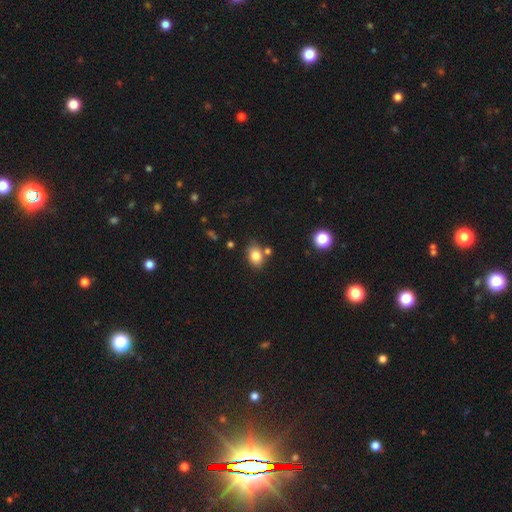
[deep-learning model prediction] Overall: smooth (83%). How rounded: in between (67%; round 32%). Merging: none (70%).